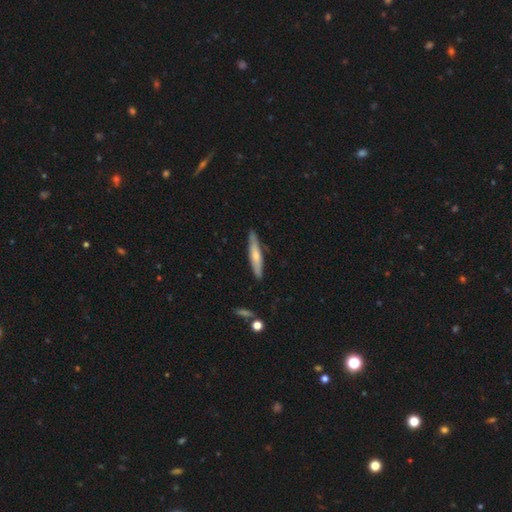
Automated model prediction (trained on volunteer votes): smooth-or-featured: smooth: 53% | featured or disk: 41% | star or artifact: 6%
  how-rounded: cigar-shaped: 89% | in between: 10% | round: 2%
  merging: none: 83% | minor disturbance: 13% | merger: 2% | major disturbance: 2%